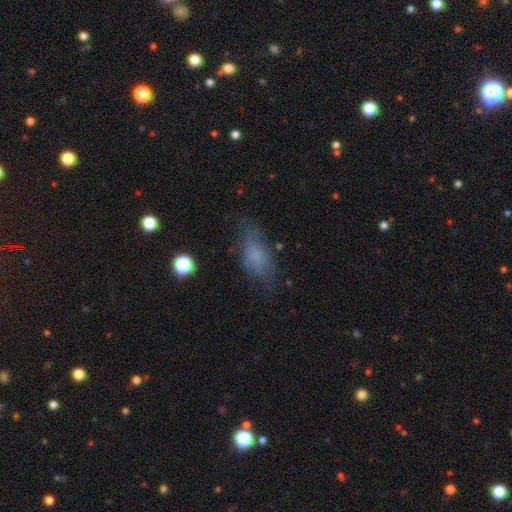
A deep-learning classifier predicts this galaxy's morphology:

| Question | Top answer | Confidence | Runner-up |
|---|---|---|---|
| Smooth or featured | smooth | 63% | featured or disk (26%) |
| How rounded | in between | 82% | cigar-shaped (13%) |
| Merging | none | 61% | minor disturbance (24%) |